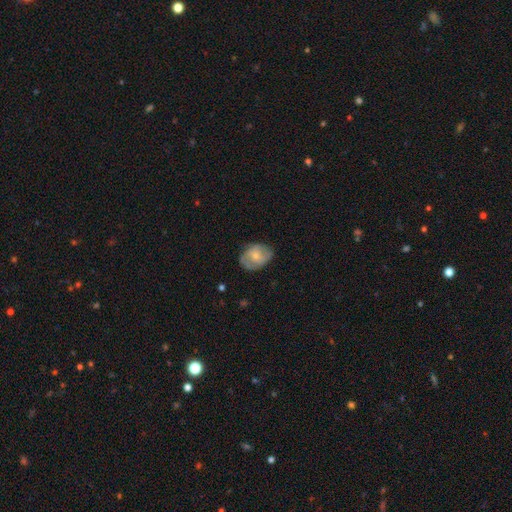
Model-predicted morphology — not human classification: smooth 48%, featured or disk 46%, star or artifact 7%. Down the decision tree: merging — none (68%).